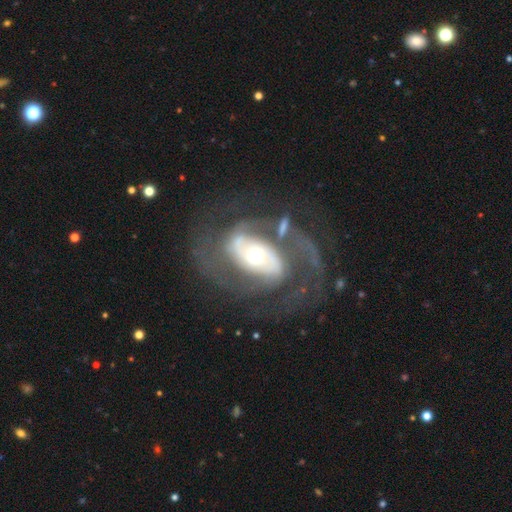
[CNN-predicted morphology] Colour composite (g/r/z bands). It shows a featured or disk galaxy (86%) with no bar (53%), 2 (66%) medium (43%) spiral arms (90%) and a moderate central bulge (66%). Merging: none (48%).